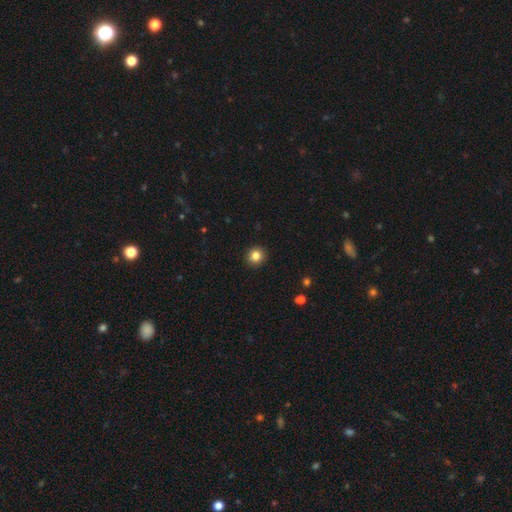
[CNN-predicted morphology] Smooth or featured? Predicted: smooth (p=0.84). How rounded? Predicted: round (p=0.90). Merging? Predicted: none (p=0.92).